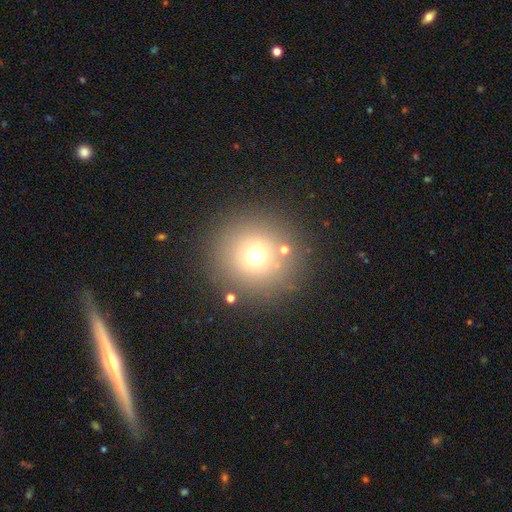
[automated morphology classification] Smooth or featured?
  - smooth: 67% *
  - star or artifact: 21%
  - featured or disk: 12%
How rounded?
  - round: 95% *
  - in between: 4%
  - cigar-shaped: 1%
Merging?
  - none: 84% *
  - minor disturbance: 7%
  - merger: 5%
  - major disturbance: 4%